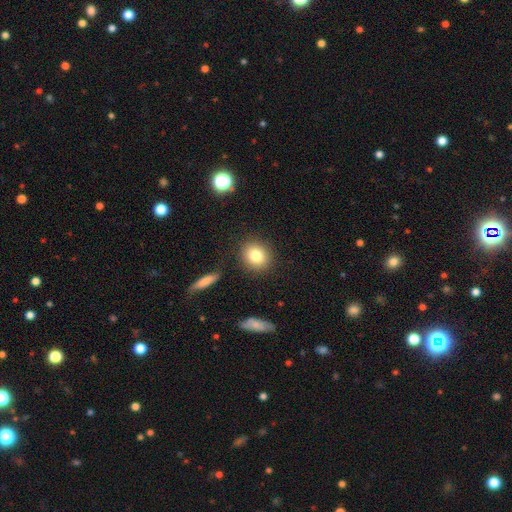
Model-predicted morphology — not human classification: type=smooth (81%); roundness=round (76%); merging=none (87%).